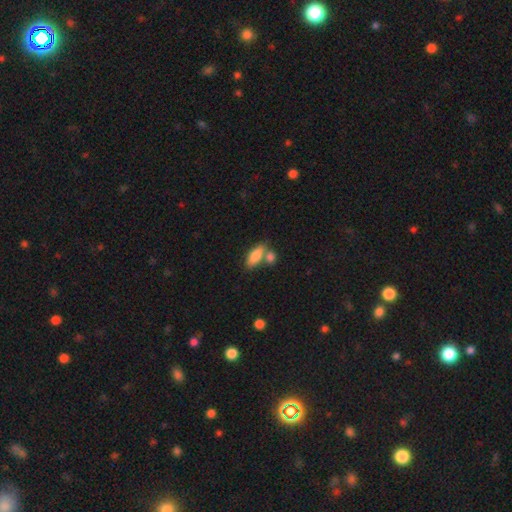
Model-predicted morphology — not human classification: A smooth galaxy with no disk features (82%) that is in between round and cigar-shaped (76%). Merging: none (50%).